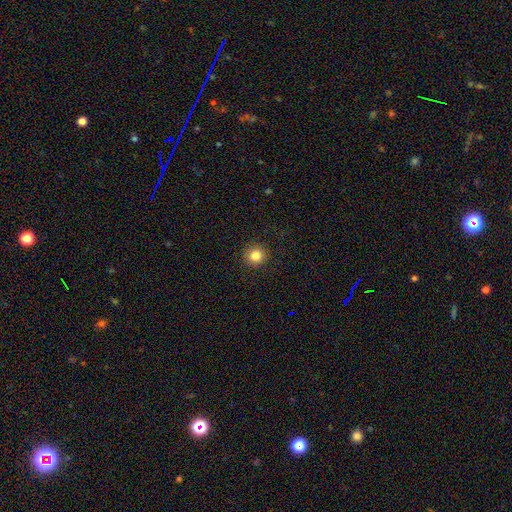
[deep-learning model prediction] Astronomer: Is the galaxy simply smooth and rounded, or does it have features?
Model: smooth — 83%.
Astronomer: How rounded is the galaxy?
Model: round — 94%.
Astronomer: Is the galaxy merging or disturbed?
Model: none — 92%.